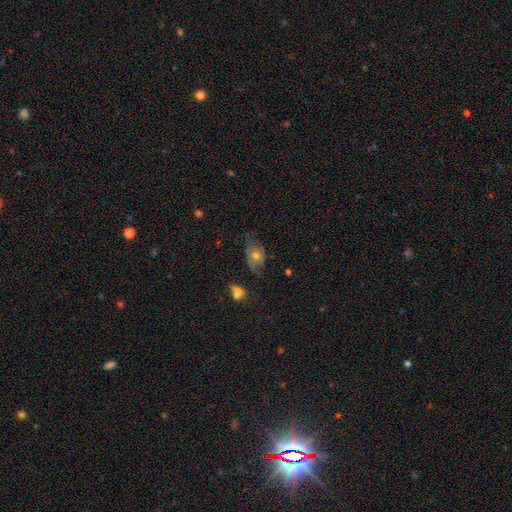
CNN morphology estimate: Smooth or featured? featured or disk (47%)
Merging? none (46%)